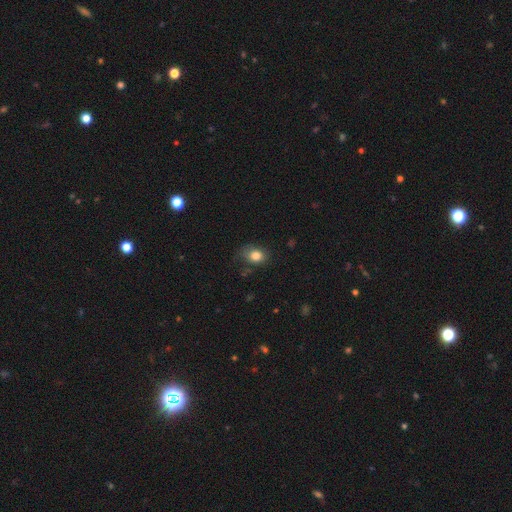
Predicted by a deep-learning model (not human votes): Overall: smooth (81%). How rounded: in between (57%; round 42%). Merging: none (64%; minor disturbance 26%).